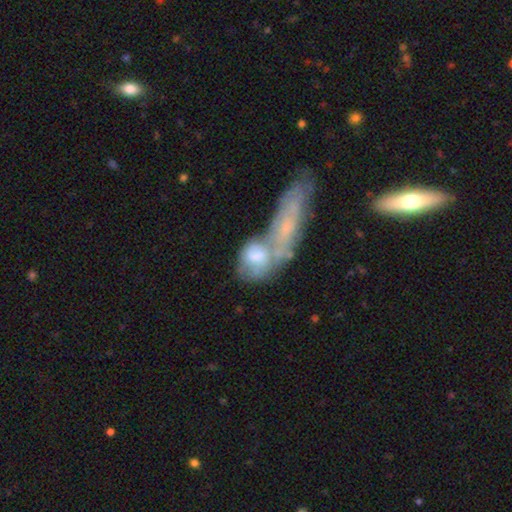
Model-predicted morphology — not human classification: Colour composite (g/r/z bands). It shows a smooth galaxy with no disk features (53%) that is in between round and cigar-shaped (57%). Merging: merger (62%).